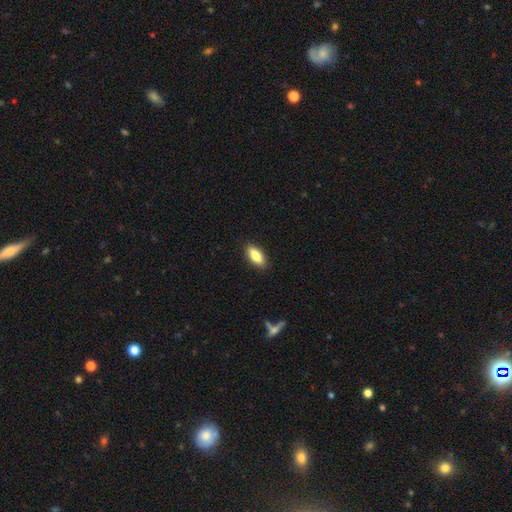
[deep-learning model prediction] The model was most divided on "how rounded": in between: 79%, cigar-shaped: 19%, round: 2%. More confident: merging — none (89%); smooth or featured — smooth (82%).